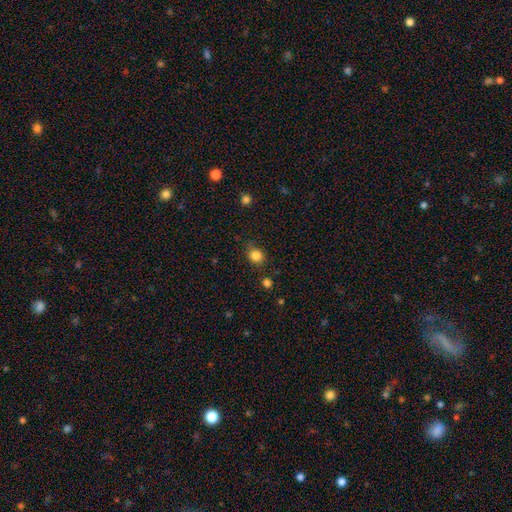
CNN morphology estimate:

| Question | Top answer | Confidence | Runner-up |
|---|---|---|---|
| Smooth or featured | smooth | 84% | star or artifact (11%) |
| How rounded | round | 72% | in between (27%) |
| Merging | none | 79% | minor disturbance (15%) |